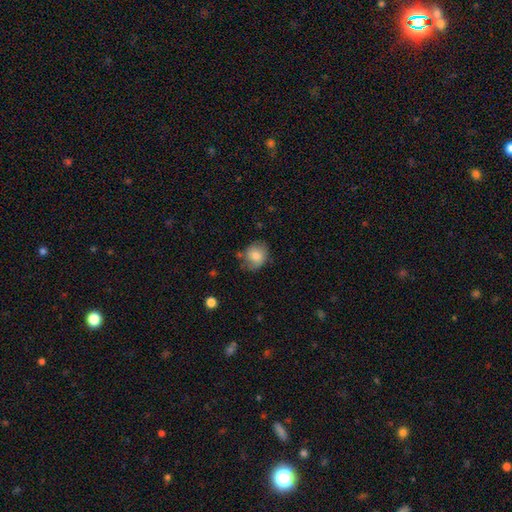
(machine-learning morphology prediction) A smooth galaxy with no disk features (75%) that is round (64%).

Vote fractions:
- Smooth or featured? smooth: 75% / featured or disk: 16% / star or artifact: 8%
- How rounded? round: 64% / in between: 35% / cigar-shaped: 1%
- Merging? none: 62% / minor disturbance: 26% / major disturbance: 8% / merger: 3%